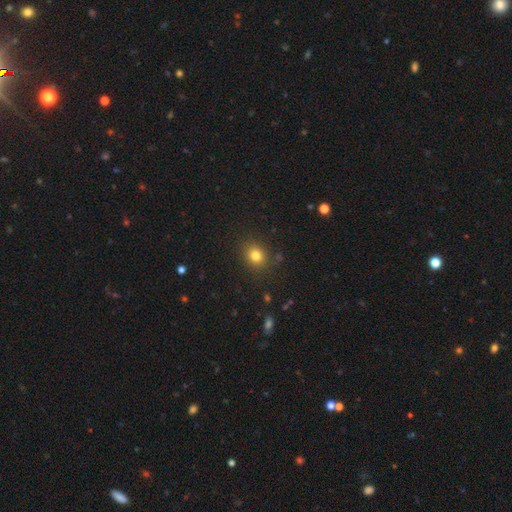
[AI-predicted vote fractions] Morphology: type=smooth (80%); roundness=round (71%); merging=none (85%).